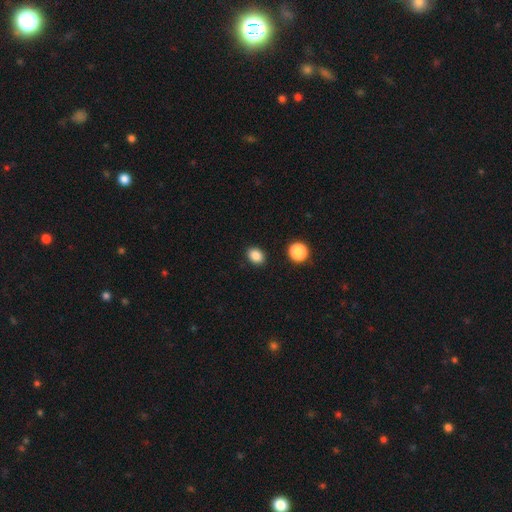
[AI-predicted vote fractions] smooth_or_featured: smooth (p=0.86) [alt: star or artifact p=0.10]
how_rounded: in between (p=0.60) [alt: round p=0.39]
merging: none (p=0.88) [alt: minor disturbance p=0.07]